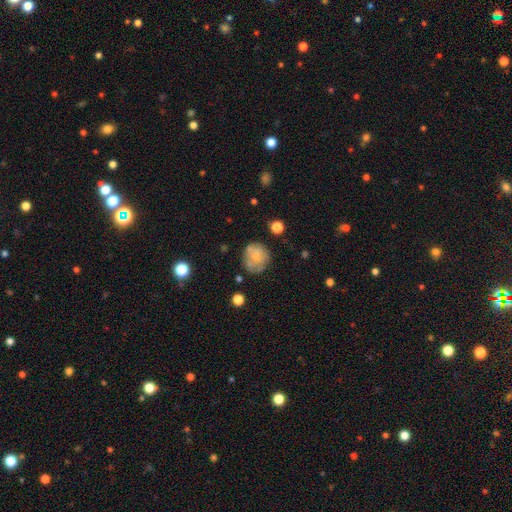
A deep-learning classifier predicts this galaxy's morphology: Smooth or featured: smooth — 59% (featured or disk — 31%)
How rounded: round — 78% (in between — 21%)
Merging: none — 61% (minor disturbance — 23%)